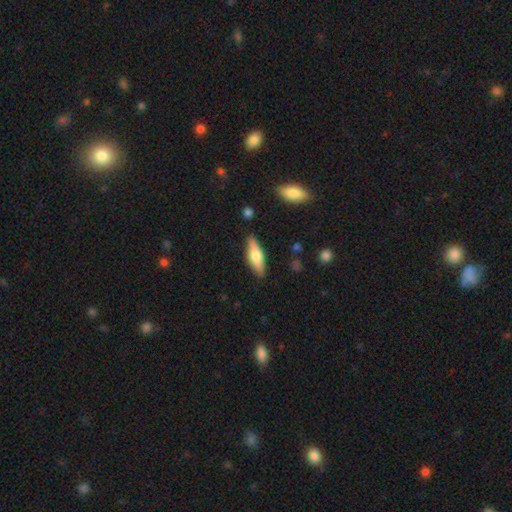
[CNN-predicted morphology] Smooth or featured? smooth (55%)
How rounded? cigar-shaped (49%, tied with in between)
Merging? none (85%)